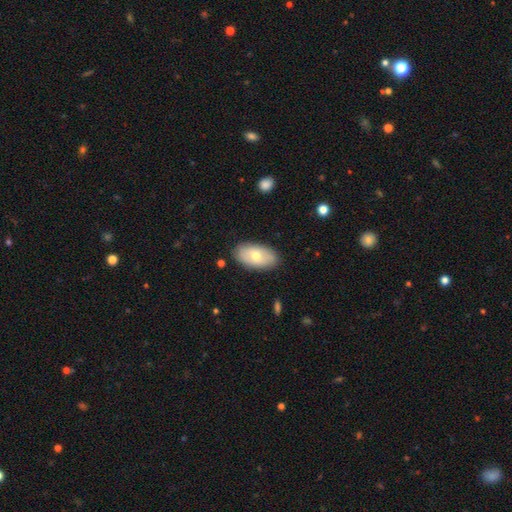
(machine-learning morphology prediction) A smooth galaxy with no disk features (61%) that is in between round and cigar-shaped (94%).

Vote fractions:
- Smooth or featured? smooth: 61% / featured or disk: 33% / star or artifact: 6%
- How rounded? in between: 94% / round: 4% / cigar-shaped: 3%
- Merging? none: 85% / minor disturbance: 11% / major disturbance: 3% / merger: 1%